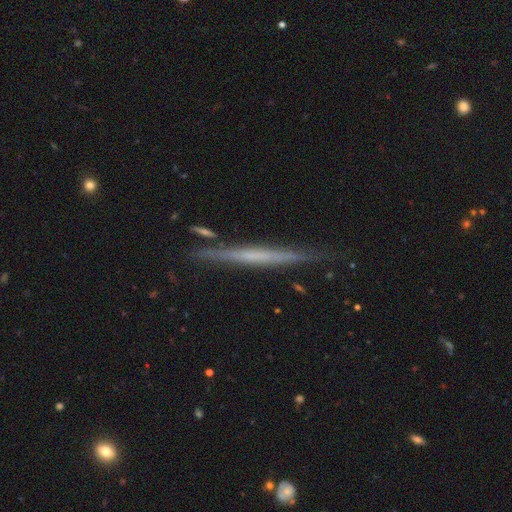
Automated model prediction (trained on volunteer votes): Q: Smooth or featured?
A: featured or disk (63%); runner-up: smooth (31%)
Q: Edge-on disk?
A: yes (97%); runner-up: no (3%)
Q: Edge-on bulge?
A: none (83%); runner-up: rounded (10%)
Q: Merging?
A: none (86%); runner-up: minor disturbance (10%)